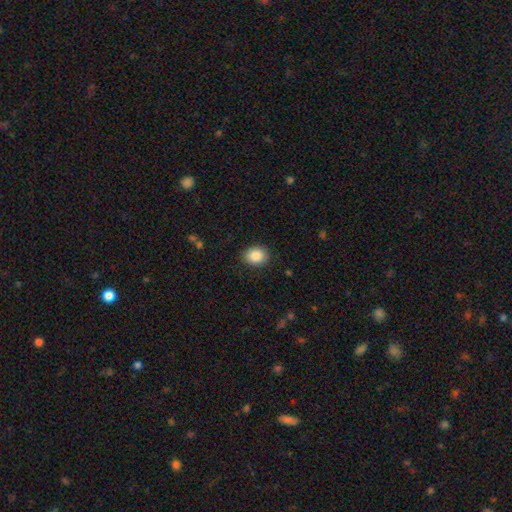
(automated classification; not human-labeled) smooth 87%, star or artifact 8%, featured or disk 5%. Down the decision tree: how rounded — round (52%); merging — none (88%).